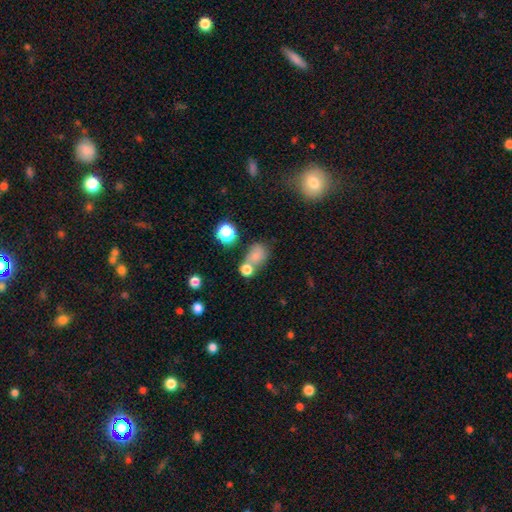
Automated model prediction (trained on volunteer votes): Q: Smooth or featured?
A: smooth (71%); runner-up: star or artifact (17%)
Q: How rounded?
A: round (49%); tied with: in between (49%)
Q: Merging?
A: none (38%); runner-up: merger (37%)